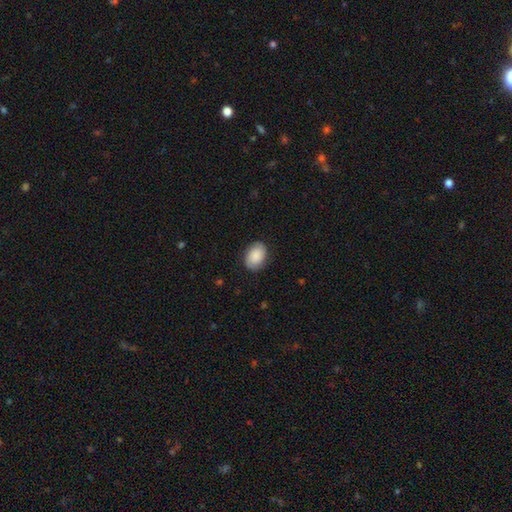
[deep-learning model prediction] Smooth or featured? Predicted: smooth (p=0.76). How rounded? Predicted: in between (p=0.79). Merging? Predicted: none (p=0.84).